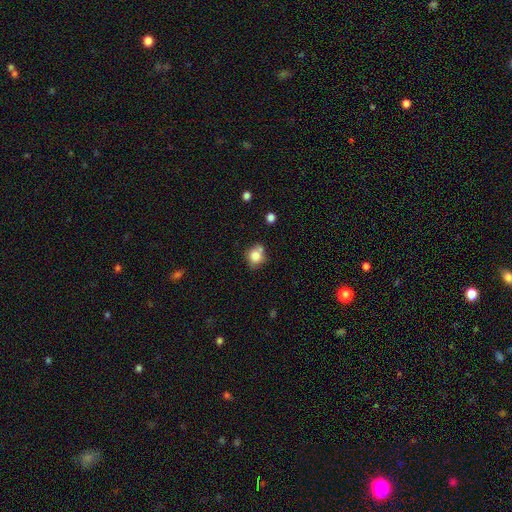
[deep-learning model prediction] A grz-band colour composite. It shows a smooth galaxy with no disk features (80%) that is round (77%). Merging: none (58%).